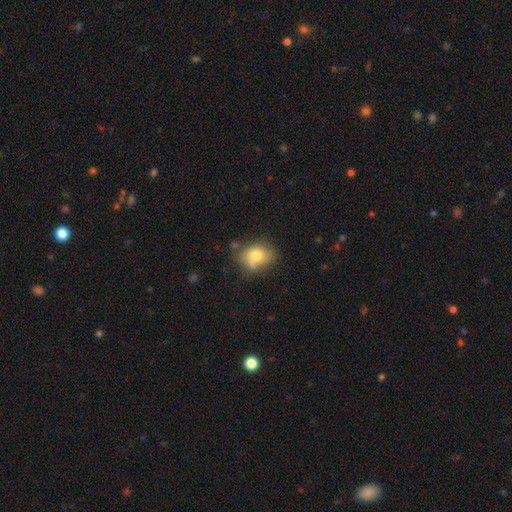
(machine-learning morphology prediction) smooth-or-featured: smooth: 75% | featured or disk: 15% | star or artifact: 10%
  how-rounded: round: 52% | in between: 47% | cigar-shaped: 1%
  merging: none: 53% | minor disturbance: 26% | merger: 12% | major disturbance: 9%